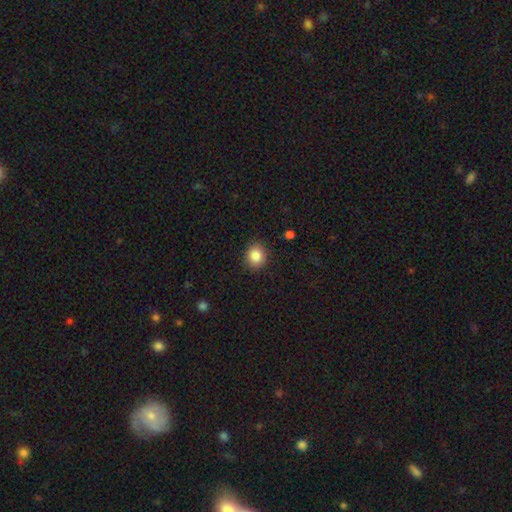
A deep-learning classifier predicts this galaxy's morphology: type=smooth (85%); roundness=round (75%); merging=none (89%).